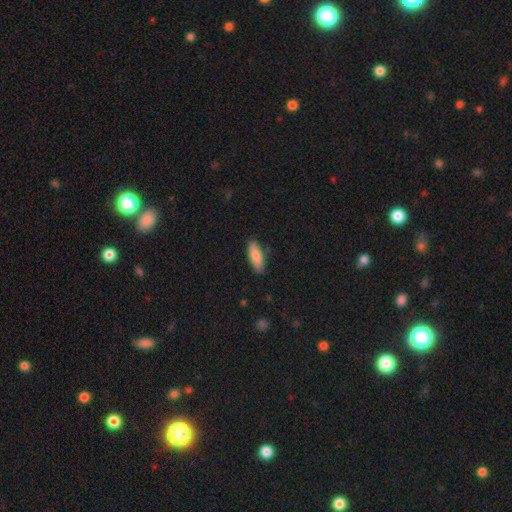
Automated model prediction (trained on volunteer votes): A smooth galaxy with no disk features (83%) that is in between round and cigar-shaped (54%).

Vote fractions:
- Smooth or featured? smooth: 83% / featured or disk: 11% / star or artifact: 6%
- How rounded? in between: 54% / cigar-shaped: 45% / round: 2%
- Merging? none: 84% / minor disturbance: 13% / major disturbance: 2% / merger: 1%